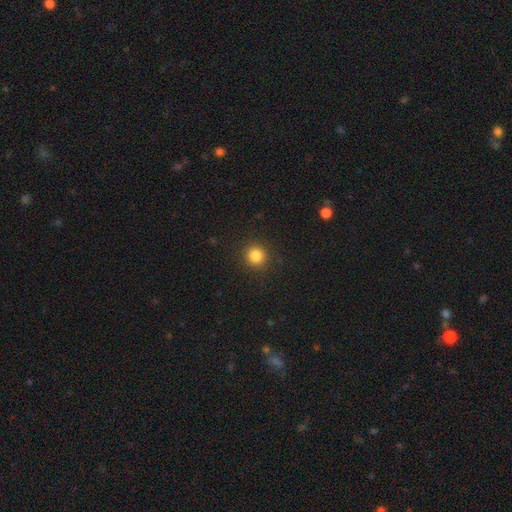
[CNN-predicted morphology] type=smooth (84%); roundness=round (93%); merging=none (91%).